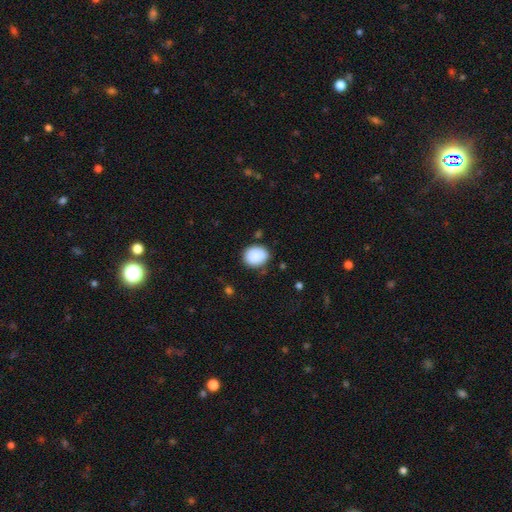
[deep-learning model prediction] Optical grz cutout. It shows a smooth galaxy with no disk features (89%) that is round (58%). Merging: none (79%).